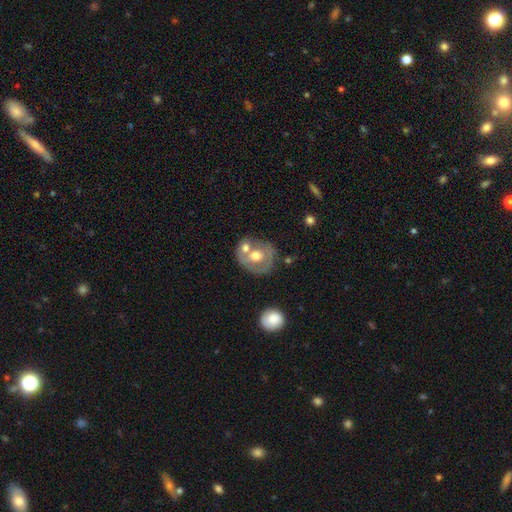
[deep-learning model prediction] Morphology: type=featured or disk (47%); merging=none (42%).